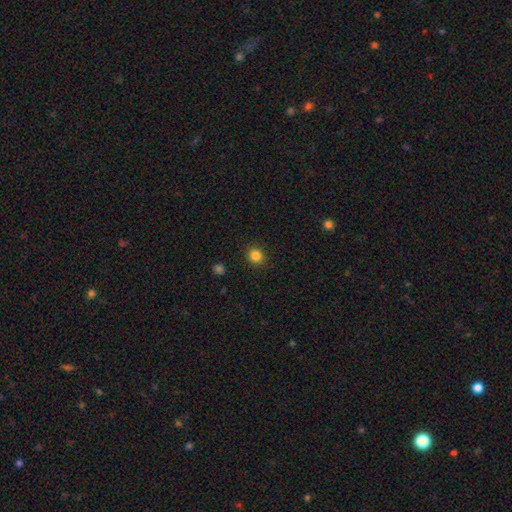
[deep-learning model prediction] This is clearly a smooth galaxy (84%). How rounded: clearly round (80%). Merging: clearly none (90%).